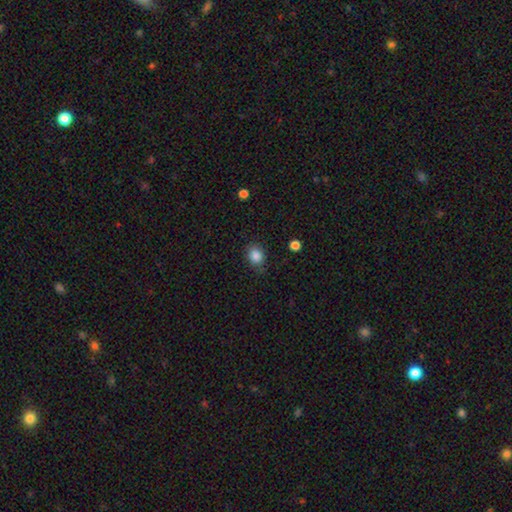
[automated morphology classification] Smooth or featured: smooth — 85% (star or artifact — 10%)
How rounded: round — 56% (in between — 43%)
Merging: none — 80% (minor disturbance — 15%)